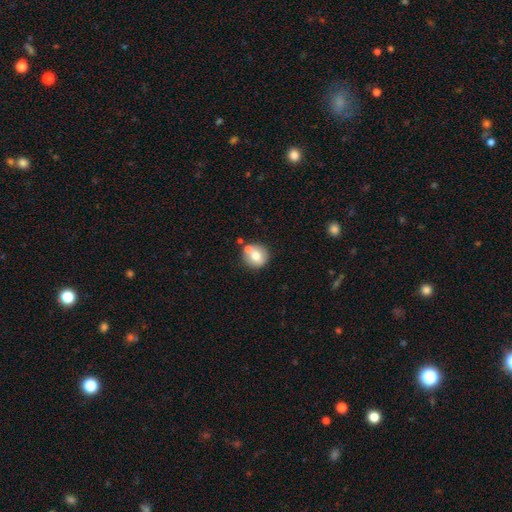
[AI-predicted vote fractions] Smooth or featured? smooth (72%)
How rounded? round (90%)
Merging? none (63%)